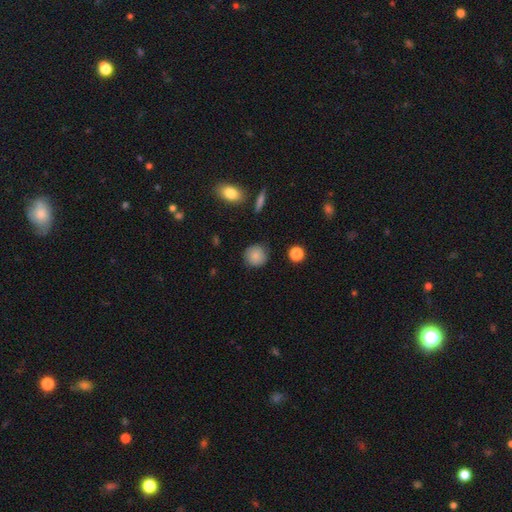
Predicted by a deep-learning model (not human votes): A smooth galaxy with no disk features (84%) that is round (91%). Merging: none (86%).